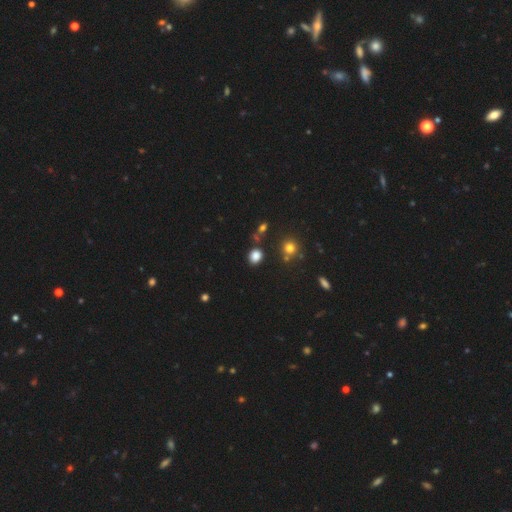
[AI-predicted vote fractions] smooth_or_featured: smooth (p=0.81) [alt: star or artifact p=0.14]
how_rounded: round (p=0.59) [alt: in between p=0.40]
merging: none (p=0.81) [alt: minor disturbance p=0.10]